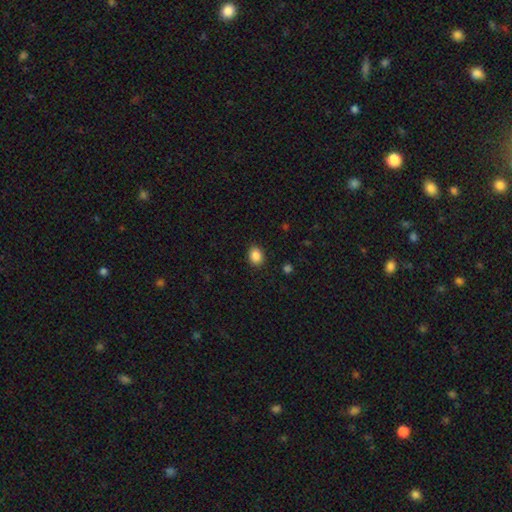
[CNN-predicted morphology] Smooth or featured: smooth — 87% (star or artifact — 9%)
How rounded: in between — 53% (round — 47%)
Merging: none — 89% (minor disturbance — 8%)